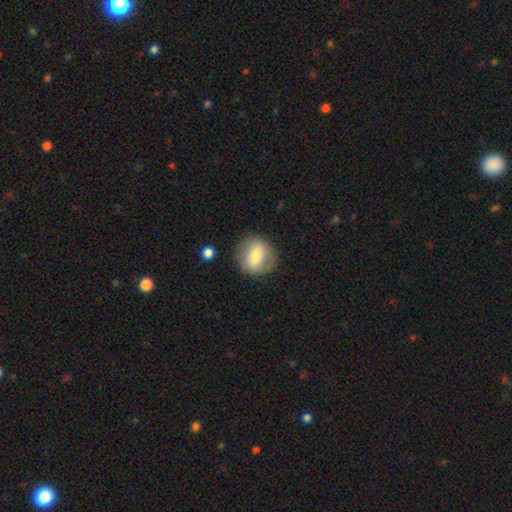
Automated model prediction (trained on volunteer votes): A smooth galaxy with no disk features (69%) that is round (76%).

Vote fractions:
- Smooth or featured? smooth: 69% / featured or disk: 24% / star or artifact: 7%
- How rounded? round: 76% / in between: 22% / cigar-shaped: 1%
- Merging? none: 82% / minor disturbance: 12% / major disturbance: 4% / merger: 2%